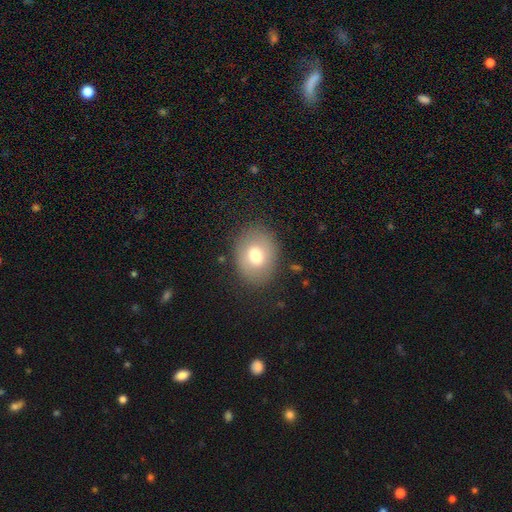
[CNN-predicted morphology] Smooth or featured? Predicted: smooth (p=0.71). How rounded? Predicted: in between (p=0.60). Merging? Predicted: none (p=0.84).